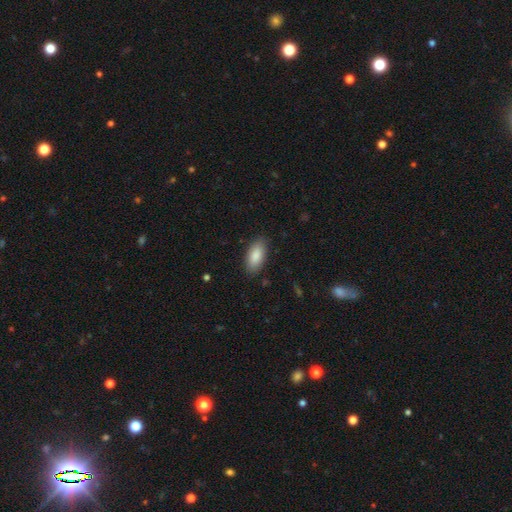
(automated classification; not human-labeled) A smooth galaxy with no disk features (88%) that is in between round and cigar-shaped (91%). Merging: none (86%).